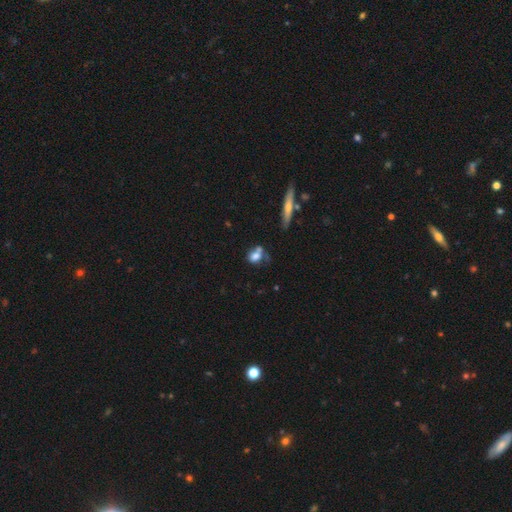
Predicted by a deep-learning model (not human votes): The model was most divided on "merging": none: 35%, merger: 29%, minor disturbance: 22%, major disturbance: 14%. More confident: smooth or featured — smooth (69%); how rounded — in between (64%).